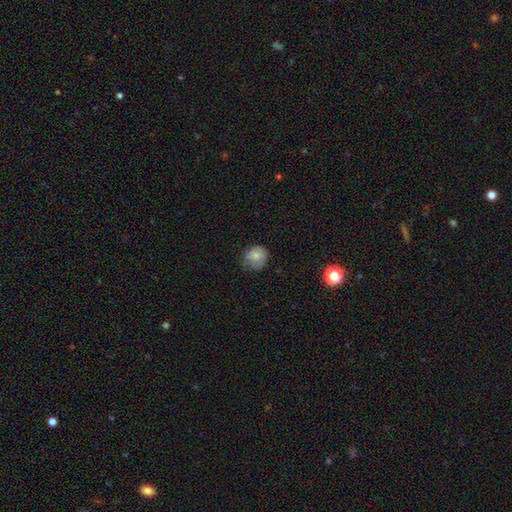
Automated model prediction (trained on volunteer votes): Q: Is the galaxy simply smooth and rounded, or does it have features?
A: smooth — 78%.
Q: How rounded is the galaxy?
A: round — 80%.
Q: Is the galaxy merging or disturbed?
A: none — 58%.